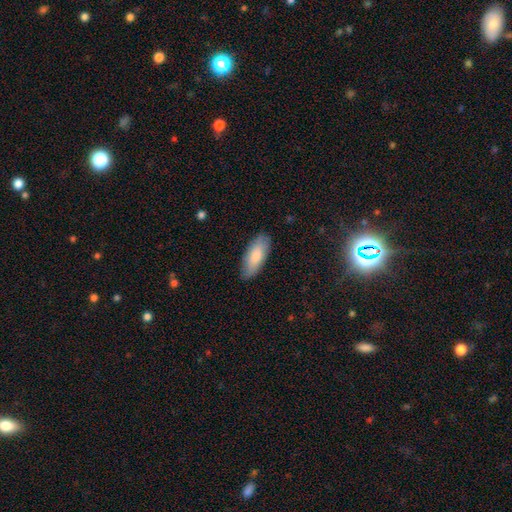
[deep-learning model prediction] The model was most divided on "how rounded": in between: 78%, cigar-shaped: 20%, round: 2%. More confident: merging — none (83%); smooth or featured — smooth (82%).